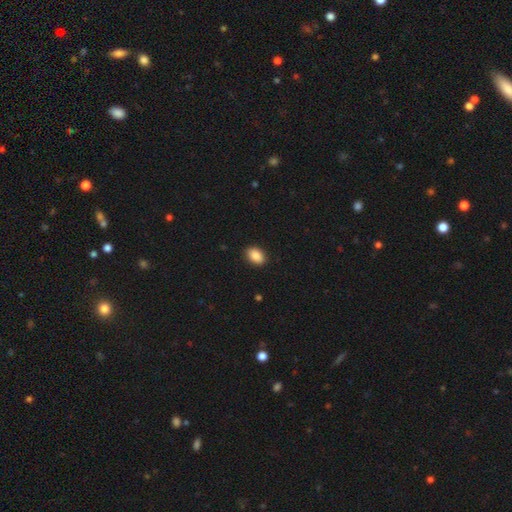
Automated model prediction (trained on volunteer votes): Q: Smooth or featured?
A: smooth (88%); runner-up: star or artifact (8%)
Q: How rounded?
A: in between (83%); runner-up: round (16%)
Q: Merging?
A: none (90%); runner-up: minor disturbance (8%)